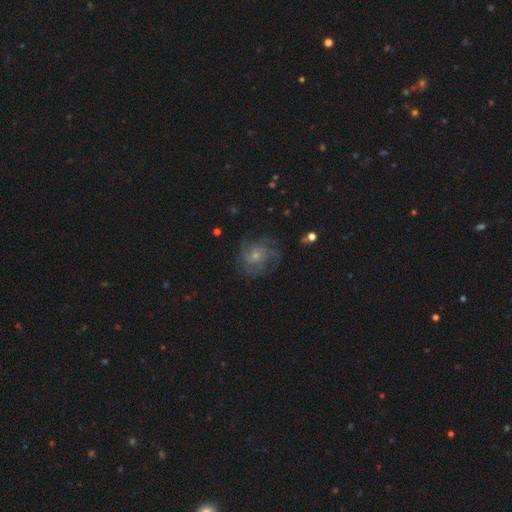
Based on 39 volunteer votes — Smooth or featured: featured or disk — 77% (smooth — 15%)
Edge-on disk: no — 100%
Bar: no — 83% (weak — 17%)
Spiral arms: yes — 100%
Spiral winding: medium — 53% (tight — 30%)
Spiral arm count: 4 — 40% (can't tell — 30%)
Bulge size: small — 57% (moderate — 40%)
Merging: none — 67% (major disturbance — 19%)